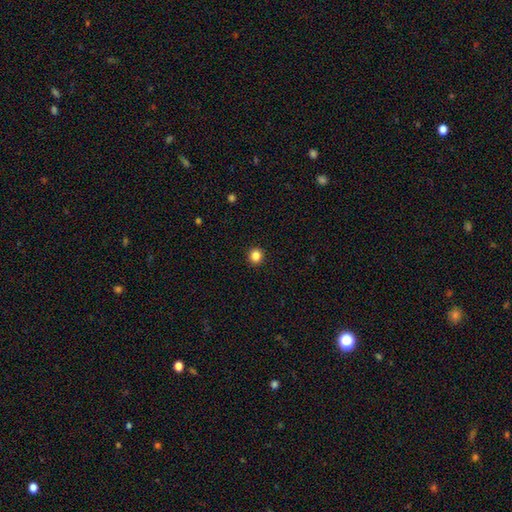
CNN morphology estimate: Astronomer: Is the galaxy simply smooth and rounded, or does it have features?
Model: smooth — 85%.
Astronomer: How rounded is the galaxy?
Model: round — 90%.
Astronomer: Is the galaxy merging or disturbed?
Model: none — 93%.